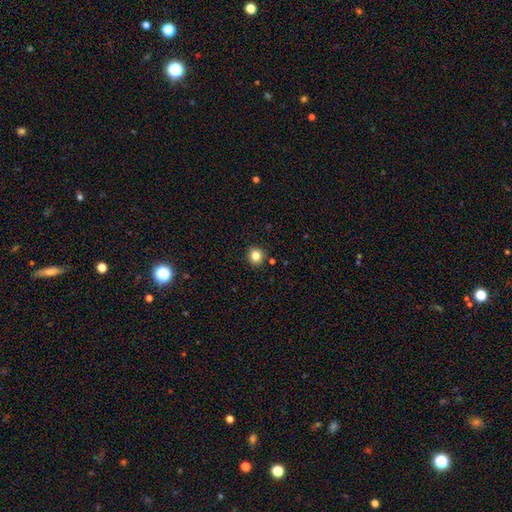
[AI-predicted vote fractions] This is clearly a smooth galaxy (83%). How rounded: clearly round (91%). Merging: clearly none (89%).